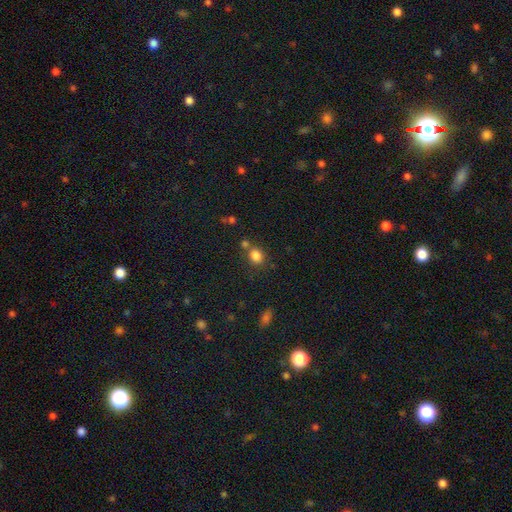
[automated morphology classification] Smooth or featured?
  - smooth: 83% *
  - star or artifact: 12%
  - featured or disk: 5%
How rounded?
  - round: 56% *
  - in between: 43%
  - cigar-shaped: 1%
Merging?
  - none: 66% *
  - merger: 19%
  - minor disturbance: 11%
  - major disturbance: 4%